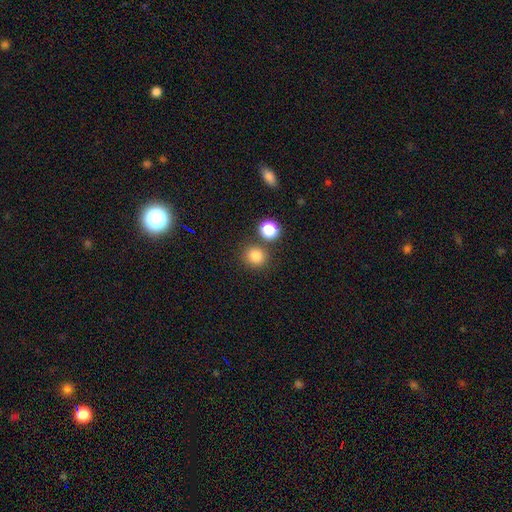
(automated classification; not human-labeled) Smooth or featured: smooth — 81% (star or artifact — 14%)
How rounded: round — 90% (in between — 9%)
Merging: none — 79% (merger — 10%)